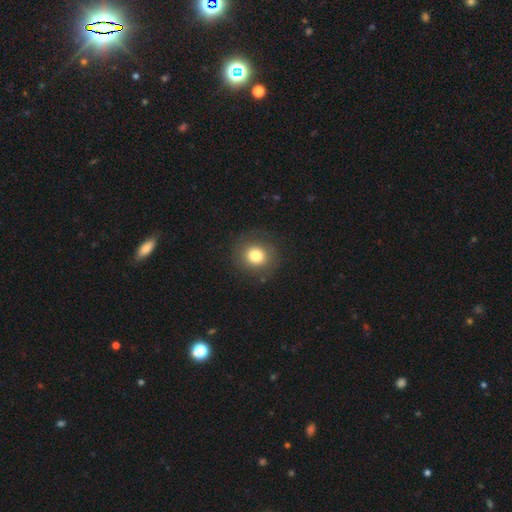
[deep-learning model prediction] This is likely a smooth galaxy (78%). How rounded: clearly round (88%). Merging: clearly none (87%).